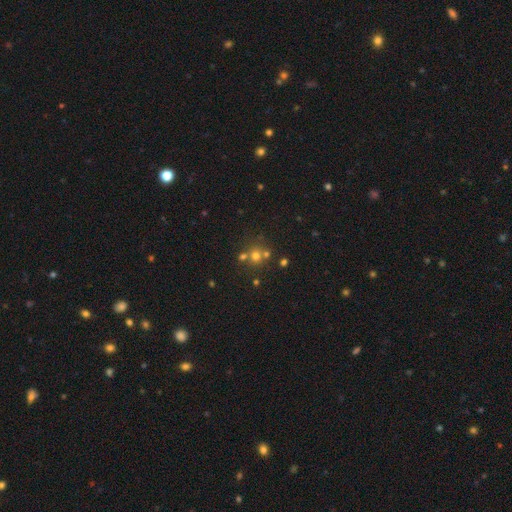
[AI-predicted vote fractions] smooth_or_featured: smooth (p=0.62) [alt: star or artifact p=0.25]
how_rounded: round (p=0.89) [alt: in between p=0.10]
merging: none (p=0.60) [alt: merger p=0.29]